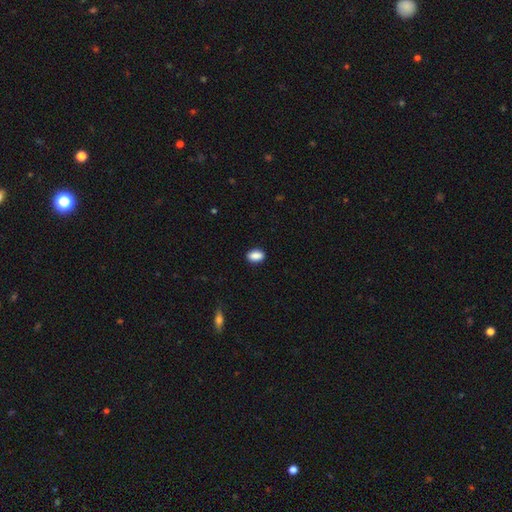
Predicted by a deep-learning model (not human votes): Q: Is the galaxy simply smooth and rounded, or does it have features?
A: smooth — 89%.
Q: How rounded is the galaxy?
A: in between — 87%.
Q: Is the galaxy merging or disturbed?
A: none — 87%.